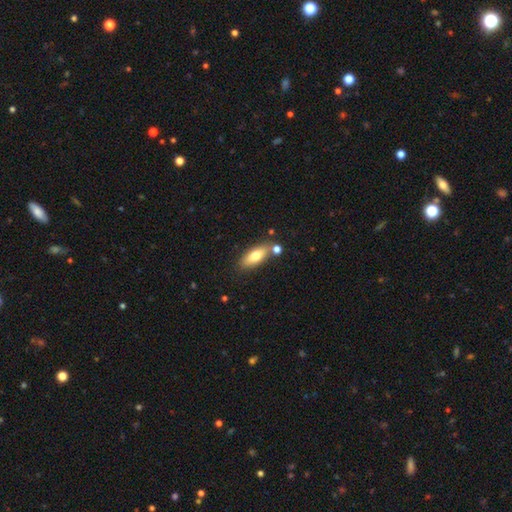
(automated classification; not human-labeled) Smooth or featured: smooth — 72% (featured or disk — 21%)
How rounded: in between — 74% (cigar-shaped — 23%)
Merging: none — 71% (minor disturbance — 13%)